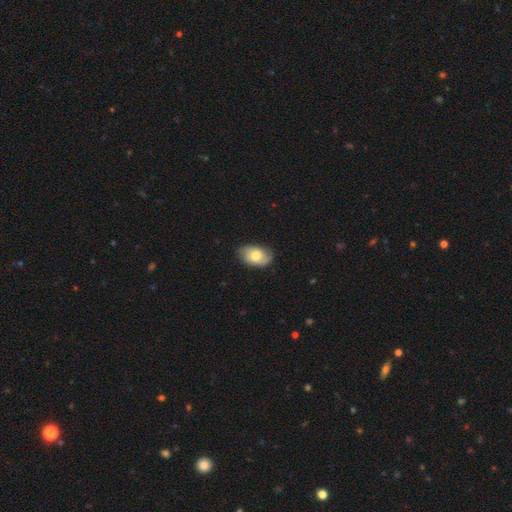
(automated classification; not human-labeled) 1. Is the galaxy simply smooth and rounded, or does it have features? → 61% smooth, 32% featured or disk, 7% star or artifact.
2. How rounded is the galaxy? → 88% in between, 11% round, 1% cigar-shaped.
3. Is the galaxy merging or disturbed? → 73% none, 21% minor disturbance, 5% major disturbance, 1% merger.